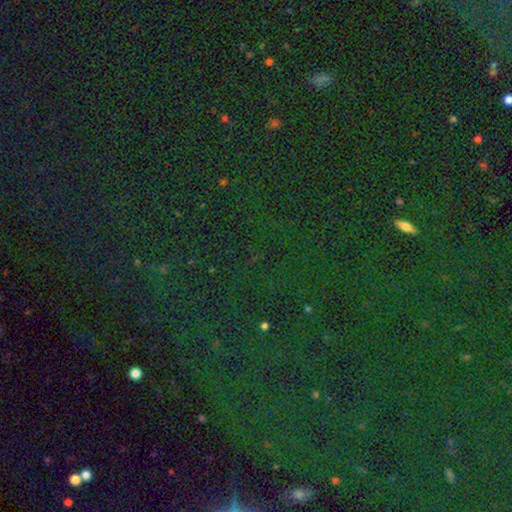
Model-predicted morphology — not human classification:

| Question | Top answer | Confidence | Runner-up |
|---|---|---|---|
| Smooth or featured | star or artifact | 83% | smooth (9%) |